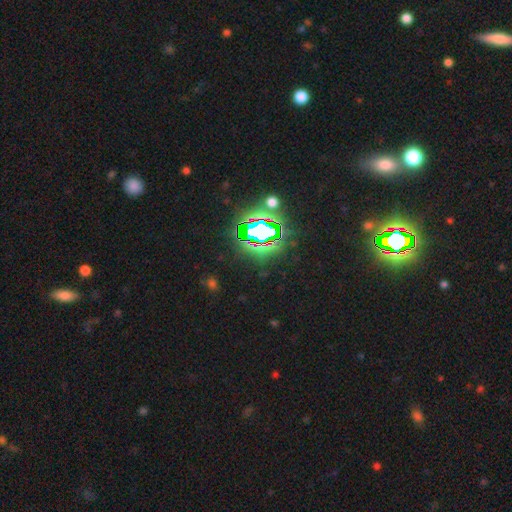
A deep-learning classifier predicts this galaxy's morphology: smooth-or-featured: star or artifact: 82% | smooth: 10% | featured or disk: 8%